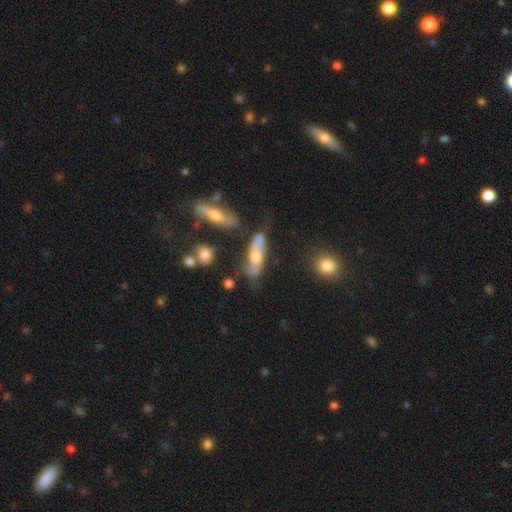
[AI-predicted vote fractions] smooth-or-featured: featured or disk: 48% | smooth: 44% | star or artifact: 9%
  merging: none: 50% | minor disturbance: 25% | major disturbance: 13% | merger: 12%